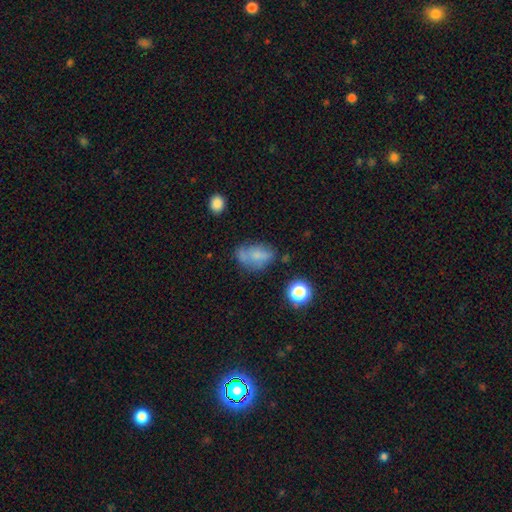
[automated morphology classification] A smooth galaxy with no disk features (59%) that is in between round and cigar-shaped (79%). Merging: none (42%).